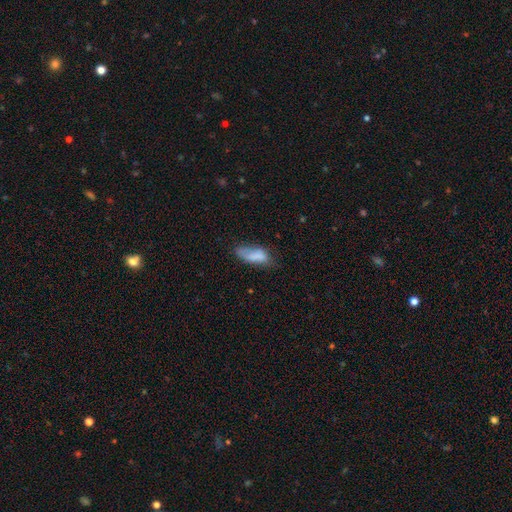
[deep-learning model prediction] The model was most divided on "merging": none: 40%, minor disturbance: 35%, major disturbance: 20%, merger: 6%. More confident: how rounded — in between (77%); smooth or featured — smooth (76%).